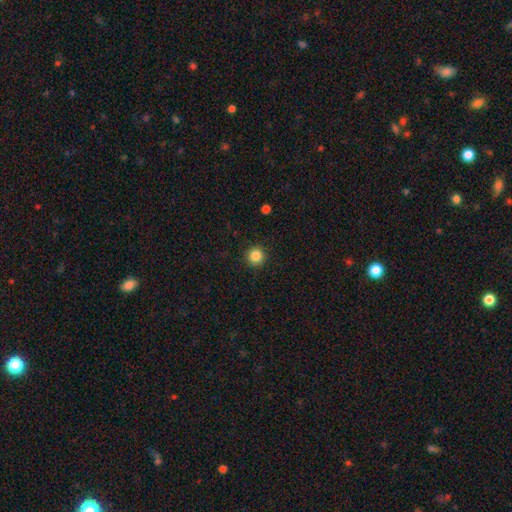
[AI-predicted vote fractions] Smooth or featured?
  - smooth: 85% *
  - star or artifact: 11%
  - featured or disk: 4%
How rounded?
  - round: 95% *
  - in between: 4%
  - cigar-shaped: 1%
Merging?
  - none: 92% *
  - minor disturbance: 5%
  - major disturbance: 2%
  - merger: 1%